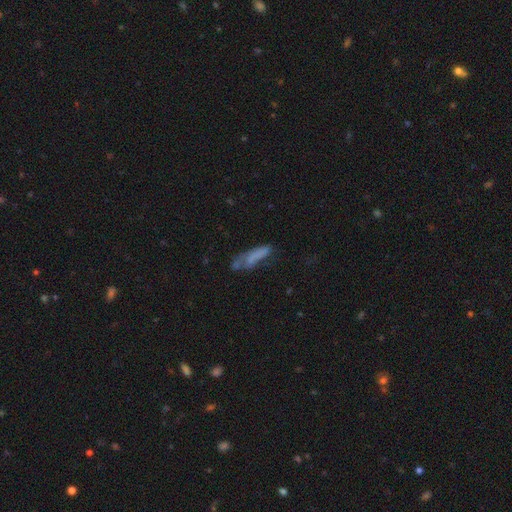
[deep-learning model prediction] This appears to be a smooth galaxy with no disk features (58%) that is cigar-shaped (68%). Merging: none (38%).